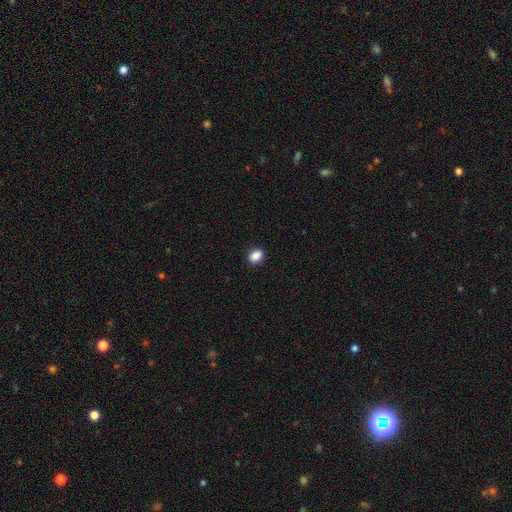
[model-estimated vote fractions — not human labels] Morphology: type=smooth (88%); roundness=in between (67%); merging=none (89%).